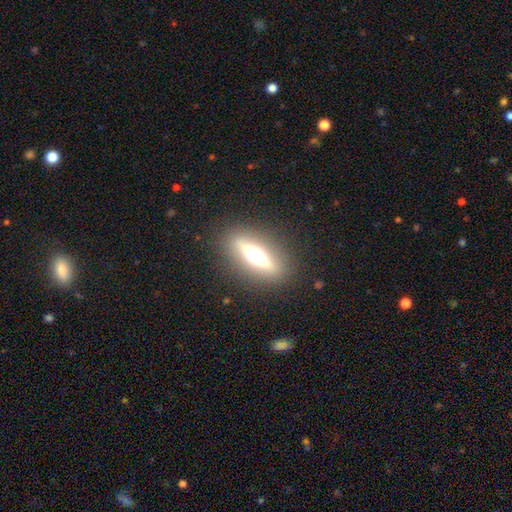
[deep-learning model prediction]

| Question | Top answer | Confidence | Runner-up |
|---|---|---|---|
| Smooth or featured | featured or disk | 68% | smooth (22%) |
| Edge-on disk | yes | 90% | no (10%) |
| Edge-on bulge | rounded | 91% | boxy (7%) |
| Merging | none | 88% | minor disturbance (7%) |